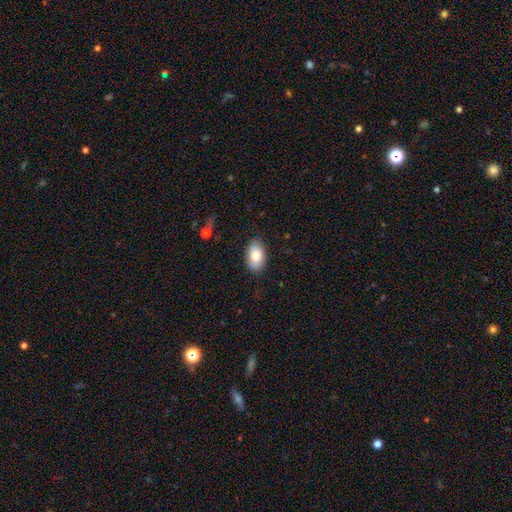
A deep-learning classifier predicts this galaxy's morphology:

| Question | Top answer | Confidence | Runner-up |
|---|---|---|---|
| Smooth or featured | smooth | 80% | featured or disk (13%) |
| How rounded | in between | 92% | round (7%) |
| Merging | none | 85% | minor disturbance (11%) |